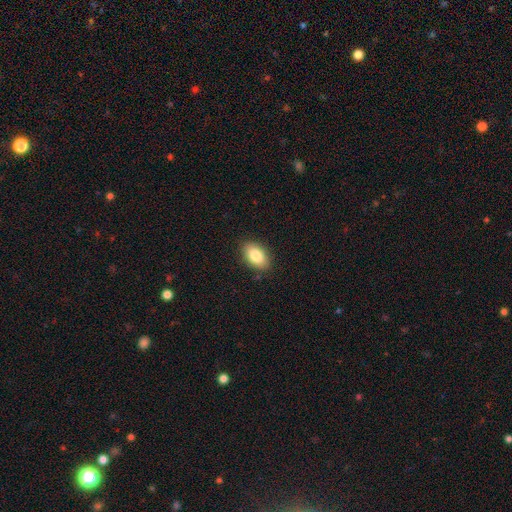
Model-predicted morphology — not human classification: type=smooth (85%); roundness=in between (92%); merging=none (87%).